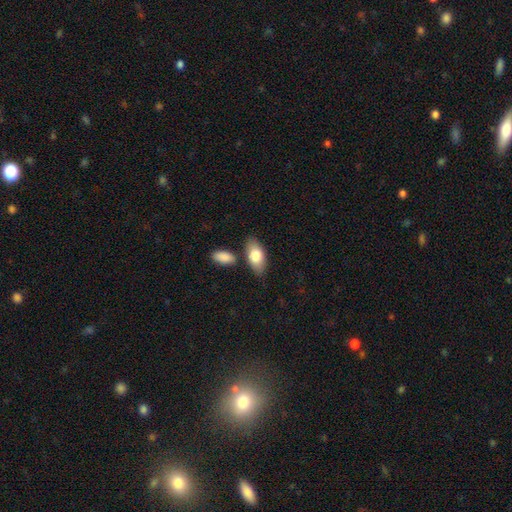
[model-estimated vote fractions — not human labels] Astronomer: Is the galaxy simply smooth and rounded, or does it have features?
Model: smooth — 79%.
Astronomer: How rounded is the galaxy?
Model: in between — 91%.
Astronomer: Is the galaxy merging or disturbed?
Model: none — 74%.